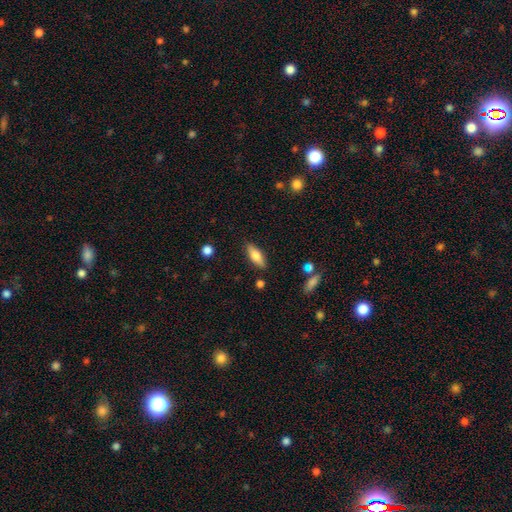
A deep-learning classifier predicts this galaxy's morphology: A smooth galaxy with no disk features (69%) that is in between round and cigar-shaped (67%). Merging: none (85%).